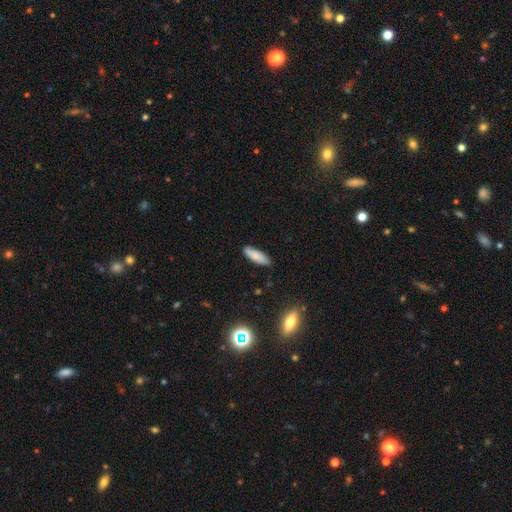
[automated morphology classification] Smooth or featured? Predicted: smooth (p=0.82). How rounded? Predicted: in between (p=0.50). Merging? Predicted: none (p=0.85).